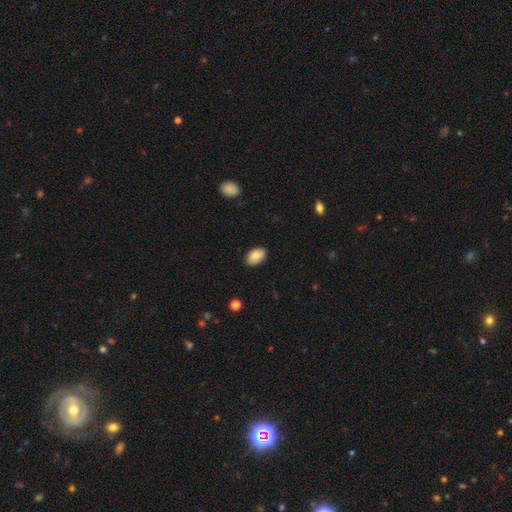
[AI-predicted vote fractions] smooth-or-featured: smooth: 86% | featured or disk: 7% | star or artifact: 7%
  how-rounded: in between: 92% | round: 7% | cigar-shaped: 1%
  merging: none: 84% | minor disturbance: 12% | major disturbance: 2% | merger: 1%